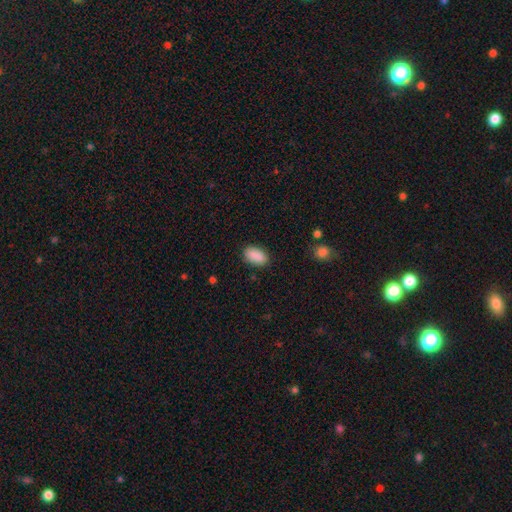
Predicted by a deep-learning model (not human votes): Q: Smooth or featured?
A: smooth (90%); runner-up: star or artifact (7%)
Q: How rounded?
A: in between (93%); runner-up: round (4%)
Q: Merging?
A: none (87%); runner-up: minor disturbance (9%)